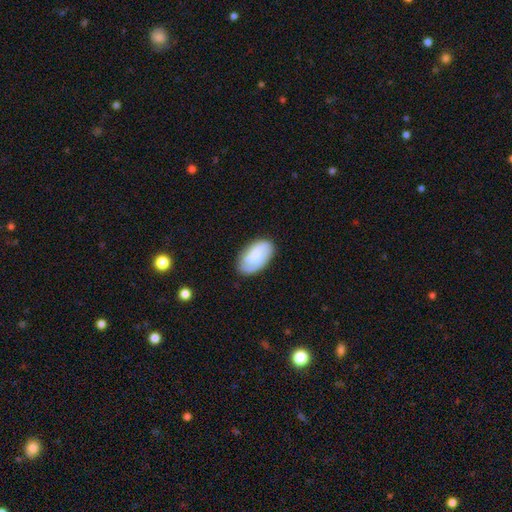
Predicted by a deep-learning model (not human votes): This appears to be a smooth galaxy with no disk features (52%) that is in between round and cigar-shaped (94%). Merging: none (73%).